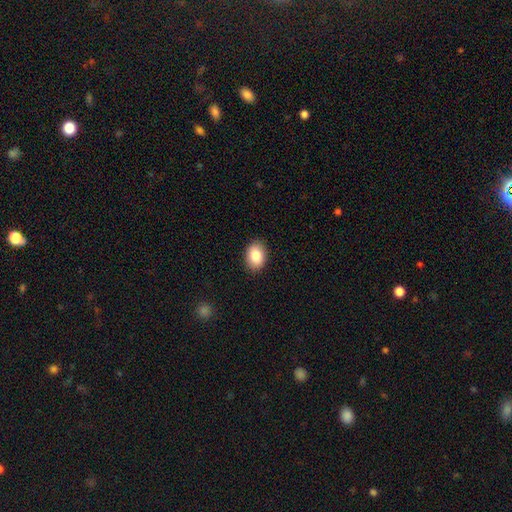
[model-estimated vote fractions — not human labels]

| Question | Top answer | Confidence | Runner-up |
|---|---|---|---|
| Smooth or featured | smooth | 85% | star or artifact (8%) |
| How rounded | in between | 78% | round (21%) |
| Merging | none | 89% | minor disturbance (8%) |